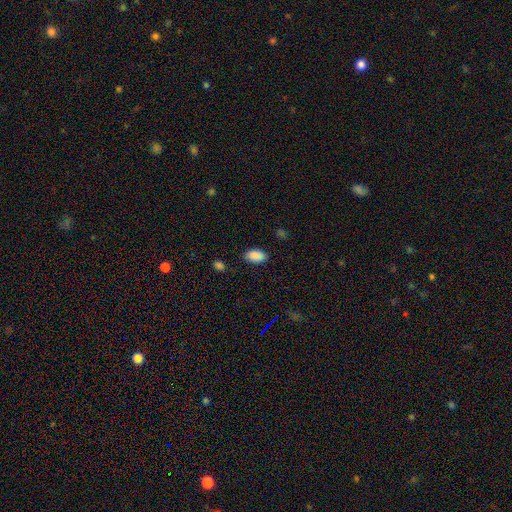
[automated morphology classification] The model was most divided on "merging": none: 86%, minor disturbance: 10%, major disturbance: 3%, merger: 1%. More confident: how rounded — in between (94%); smooth or featured — smooth (89%).